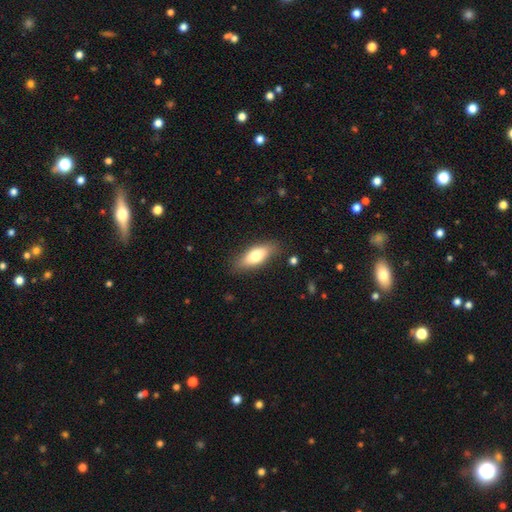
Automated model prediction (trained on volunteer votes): Overall: smooth (72%). How rounded: in between (74%). Merging: none (82%).